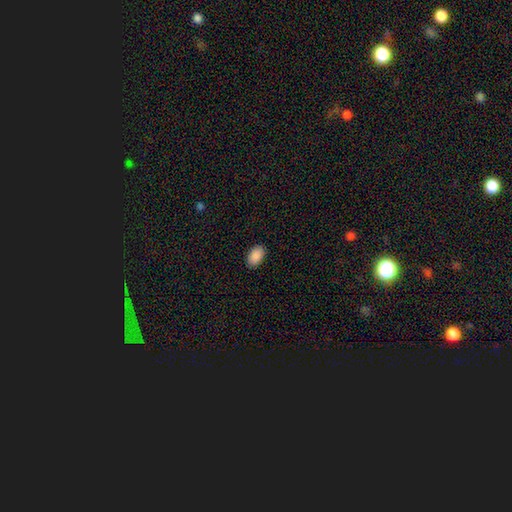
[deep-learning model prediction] Smooth or featured?
  - smooth: 90% *
  - star or artifact: 7%
  - featured or disk: 3%
How rounded?
  - in between: 92% *
  - round: 7%
  - cigar-shaped: 1%
Merging?
  - none: 89% *
  - minor disturbance: 8%
  - major disturbance: 2%
  - merger: 1%